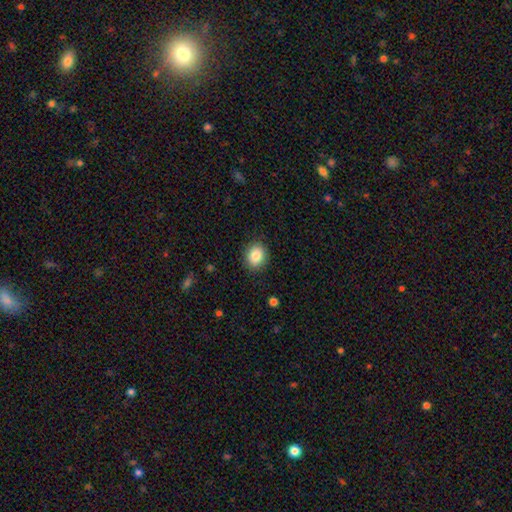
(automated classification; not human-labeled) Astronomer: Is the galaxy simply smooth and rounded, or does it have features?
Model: smooth — 86%.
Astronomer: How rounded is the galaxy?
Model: round — 58% (runner-up: in between, 41%).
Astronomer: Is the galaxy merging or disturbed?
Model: none — 88%.